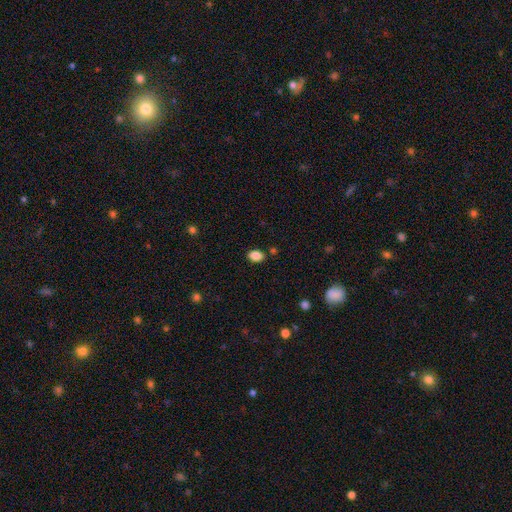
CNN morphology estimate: smooth-or-featured: smooth: 87% | star or artifact: 9% | featured or disk: 4%
  how-rounded: in between: 76% | round: 23% | cigar-shaped: 1%
  merging: none: 85% | minor disturbance: 10% | merger: 3% | major disturbance: 2%